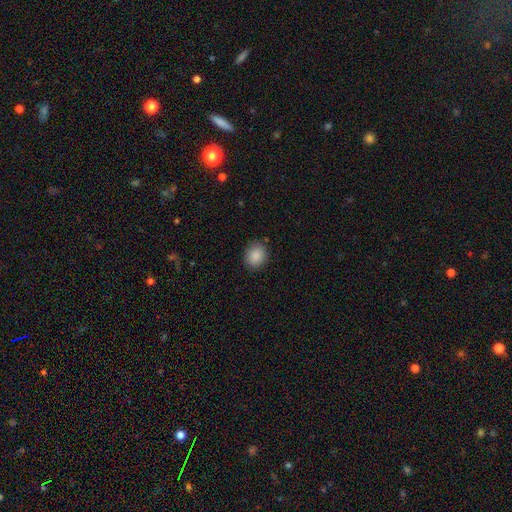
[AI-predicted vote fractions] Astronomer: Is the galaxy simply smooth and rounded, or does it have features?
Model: smooth — 88%.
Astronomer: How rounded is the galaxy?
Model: round — 71%.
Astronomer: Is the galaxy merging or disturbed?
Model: none — 87%.